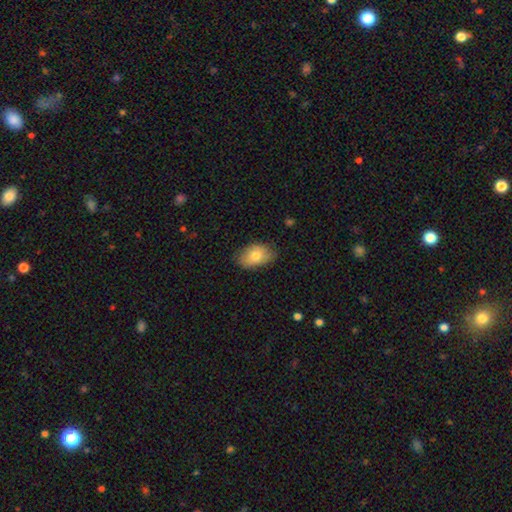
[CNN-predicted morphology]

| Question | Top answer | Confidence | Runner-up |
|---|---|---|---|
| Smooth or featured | smooth | 76% | featured or disk (17%) |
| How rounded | in between | 89% | round (10%) |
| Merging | none | 75% | minor disturbance (20%) |